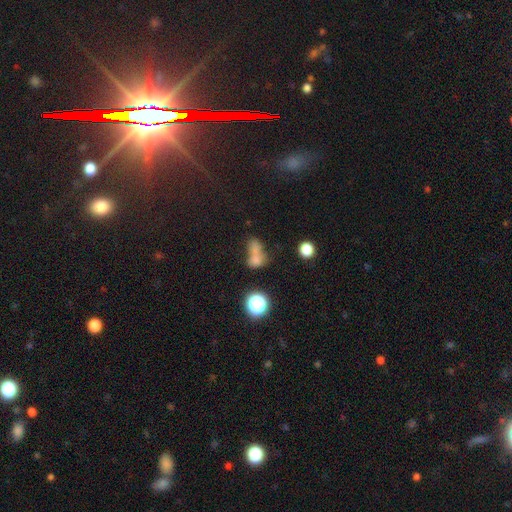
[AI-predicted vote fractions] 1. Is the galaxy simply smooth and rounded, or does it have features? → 66% smooth, 19% star or artifact, 15% featured or disk.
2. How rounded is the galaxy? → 61% in between, 35% round, 4% cigar-shaped.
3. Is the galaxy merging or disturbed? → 53% merger, 24% none, 12% major disturbance, 11% minor disturbance.